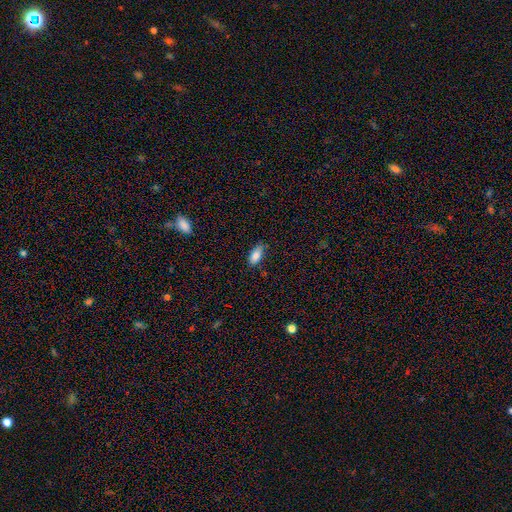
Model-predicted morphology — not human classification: A smooth galaxy with no disk features (85%) that is in between round and cigar-shaped (85%).

Vote fractions:
- Smooth or featured? smooth: 85% / featured or disk: 7% / star or artifact: 7%
- How rounded? in between: 85% / cigar-shaped: 13% / round: 2%
- Merging? none: 79% / minor disturbance: 16% / major disturbance: 3% / merger: 2%